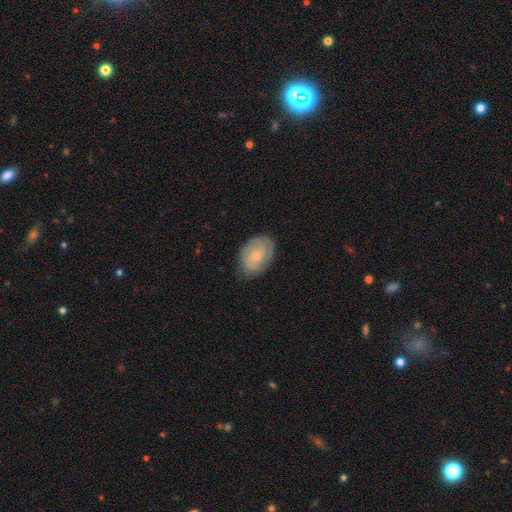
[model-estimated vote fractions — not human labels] Smooth or featured?
  - featured or disk: 54% *
  - smooth: 40%
  - star or artifact: 7%
Edge-on disk?
  - no: 96% *
  - yes: 4%
Bar?
  - no: 70% *
  - weak: 26%
  - strong: 4%
Spiral arms?
  - yes: 83% *
  - no: 17%
Bulge size?
  - small: 60% *
  - moderate: 28%
  - none: 9%
  - large: 2%
  - dominant: 1%
Merging?
  - none: 75% *
  - minor disturbance: 19%
  - major disturbance: 5%
  - merger: 1%